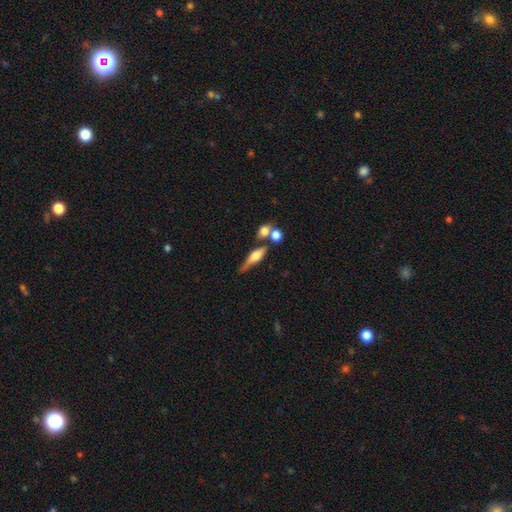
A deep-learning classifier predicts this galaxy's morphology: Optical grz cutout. It shows a featured or disk galaxy (49%). Merging: none (54%).